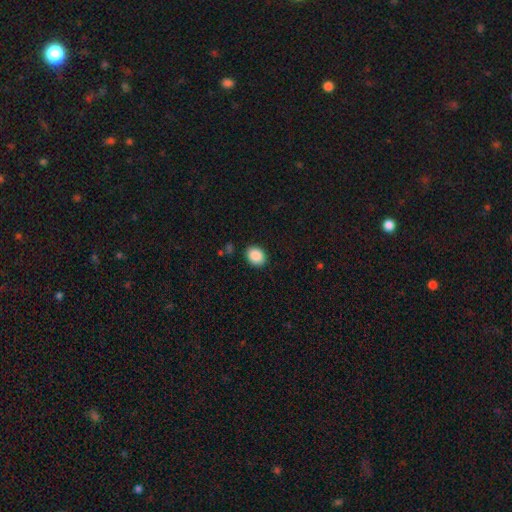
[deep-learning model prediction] This is clearly a smooth galaxy (88%). How rounded: possibly in between (54%). Merging: clearly none (89%).